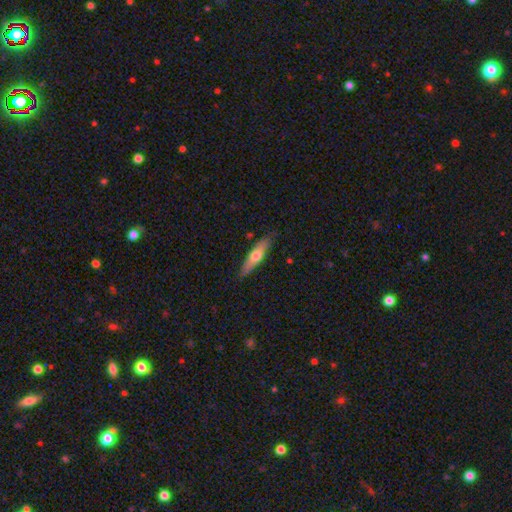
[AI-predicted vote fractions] This appears to be a smooth galaxy with no disk features (54%) that is cigar-shaped (72%). Merging: none (83%).